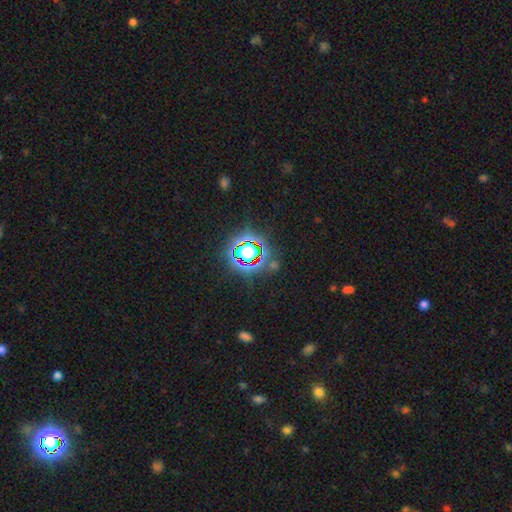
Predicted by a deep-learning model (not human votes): Smooth or featured: star or artifact — 80% (smooth — 12%)